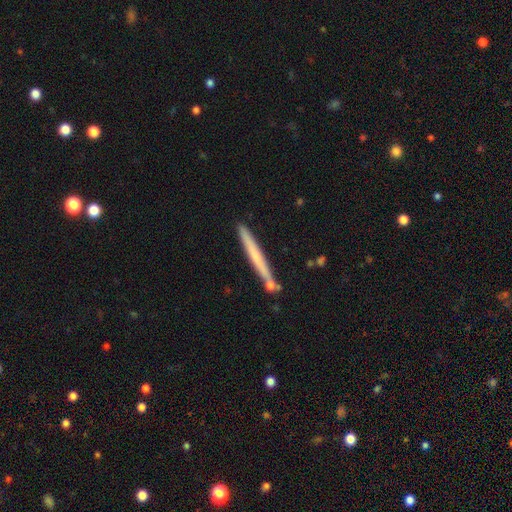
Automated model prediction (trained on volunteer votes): This appears to be a smooth galaxy with no disk features (48%). Merging: none (83%).